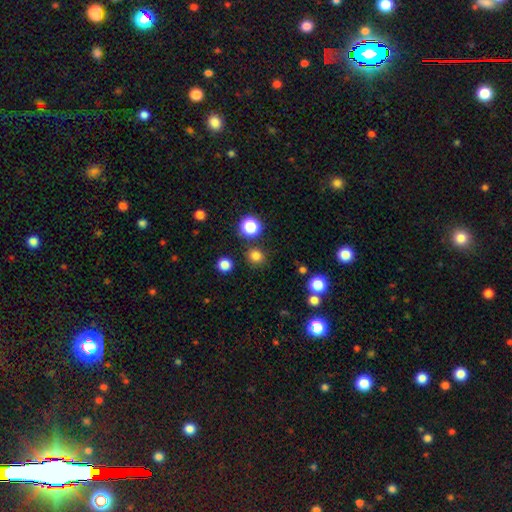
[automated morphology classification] Smooth or featured? Predicted: smooth (p=0.80). How rounded? Predicted: round (p=0.89). Merging? Predicted: none (p=0.86).